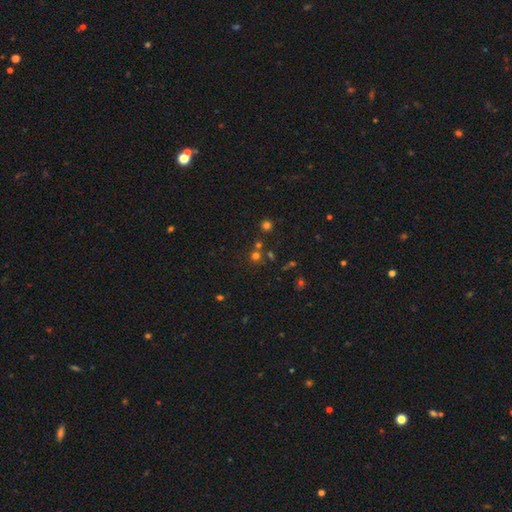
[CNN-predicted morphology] type=smooth (56%); roundness=round (90%); merging=none (70%).